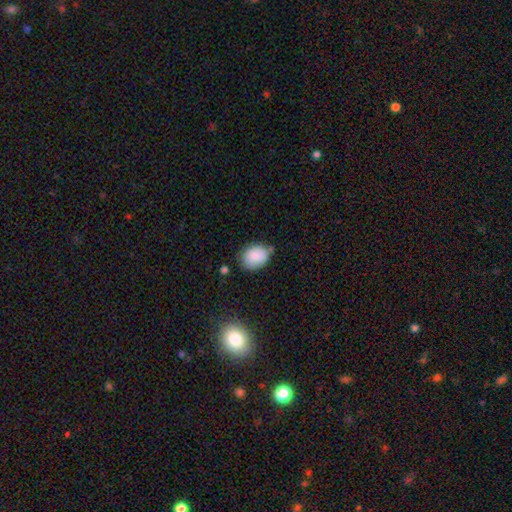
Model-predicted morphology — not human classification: type=smooth (86%); roundness=in between (56%); merging=none (67%).